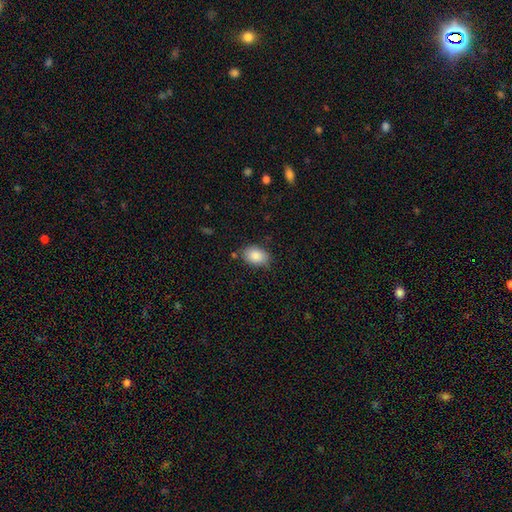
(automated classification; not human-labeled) smooth 87%, star or artifact 7%, featured or disk 6%. Down the decision tree: how rounded — in between (84%); merging — none (74%).